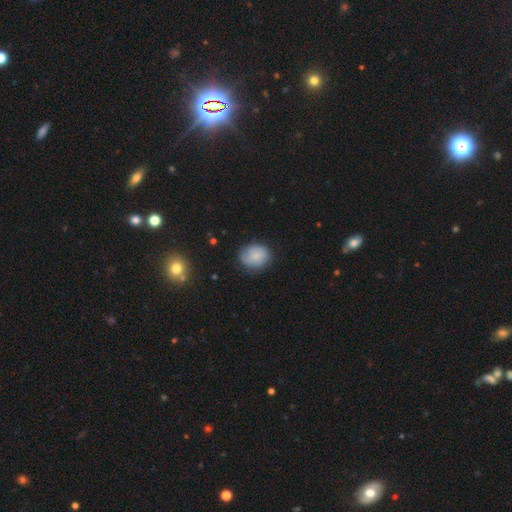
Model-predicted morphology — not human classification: Smooth or featured? Predicted: smooth (p=0.70). How rounded? Predicted: round (p=0.61). Merging? Predicted: none (p=0.70).